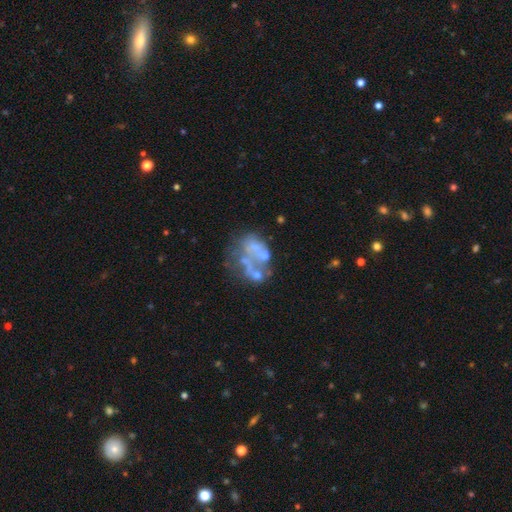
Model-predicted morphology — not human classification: A featured or disk galaxy (60%) with no bar (94%), no spiral arms (95%) and no central bulge (78%).

Vote fractions:
- Smooth or featured? featured or disk: 60% / smooth: 25% / star or artifact: 15%
- Edge-on disk? no: 98% / yes: 2%
- Bar? no: 94% / weak: 4% / strong: 2%
- Spiral arms? no: 95% / yes: 5%
- Bulge size? none: 78% / small: 10% / moderate: 9% / large: 2% / dominant: 1%
- Merging? none: 30% / merger: 27% / major disturbance: 27% / minor disturbance: 16%